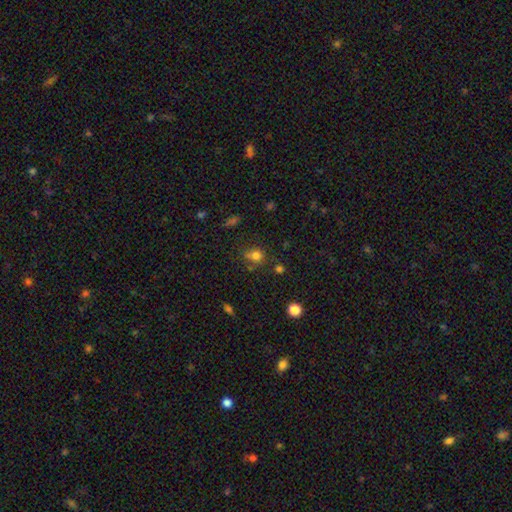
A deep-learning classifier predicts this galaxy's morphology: smooth-or-featured: smooth: 73% | star or artifact: 18% | featured or disk: 9%
  how-rounded: round: 73% | in between: 26% | cigar-shaped: 1%
  merging: none: 59% | minor disturbance: 17% | merger: 17% | major disturbance: 7%